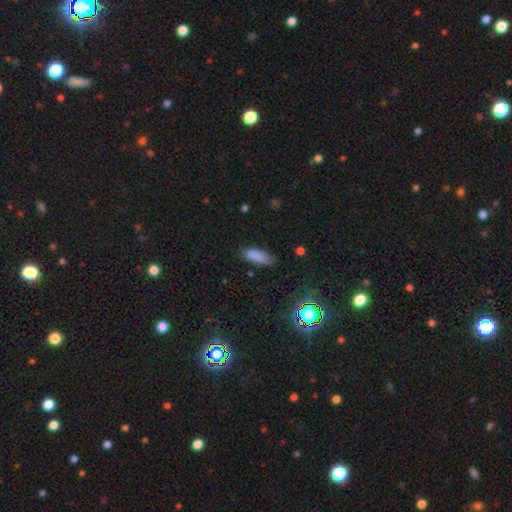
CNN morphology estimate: smooth-or-featured: smooth: 83% | star or artifact: 10% | featured or disk: 7%
  how-rounded: in between: 67% | cigar-shaped: 31% | round: 2%
  merging: none: 70% | minor disturbance: 22% | major disturbance: 5% | merger: 2%